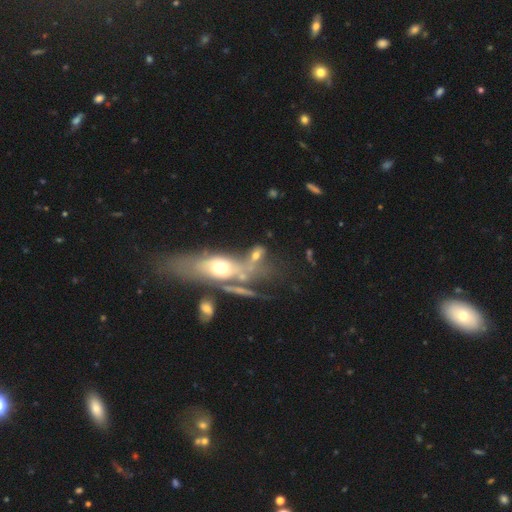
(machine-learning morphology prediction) Smooth or featured?
  - smooth: 47% *
  - featured or disk: 38%
  - star or artifact: 15%
Merging?
  - merger: 41% *
  - none: 29%
  - major disturbance: 17%
  - minor disturbance: 14%